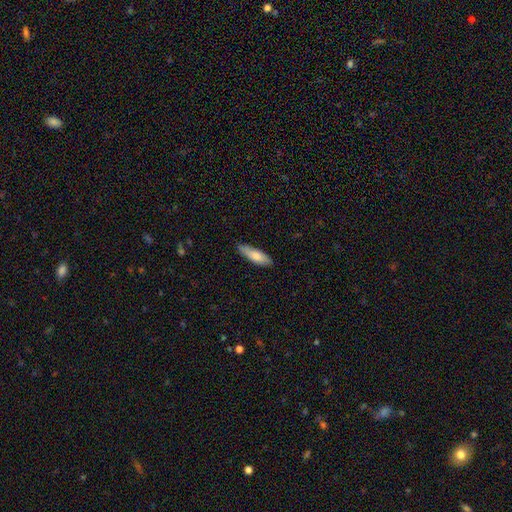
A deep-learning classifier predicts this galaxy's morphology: Smooth or featured?
  - smooth: 76% *
  - featured or disk: 19%
  - star or artifact: 6%
How rounded?
  - cigar-shaped: 56% *
  - in between: 42%
  - round: 2%
Merging?
  - none: 83% *
  - minor disturbance: 14%
  - major disturbance: 2%
  - merger: 1%